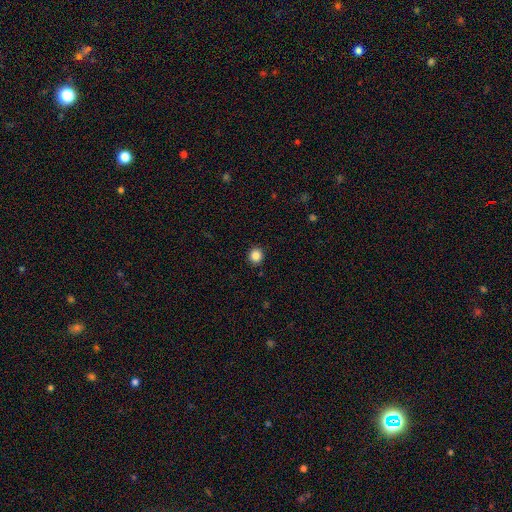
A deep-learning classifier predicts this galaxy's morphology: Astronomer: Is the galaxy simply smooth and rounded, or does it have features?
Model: smooth — 86%.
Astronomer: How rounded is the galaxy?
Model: round — 92%.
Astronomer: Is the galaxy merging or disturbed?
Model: none — 92%.